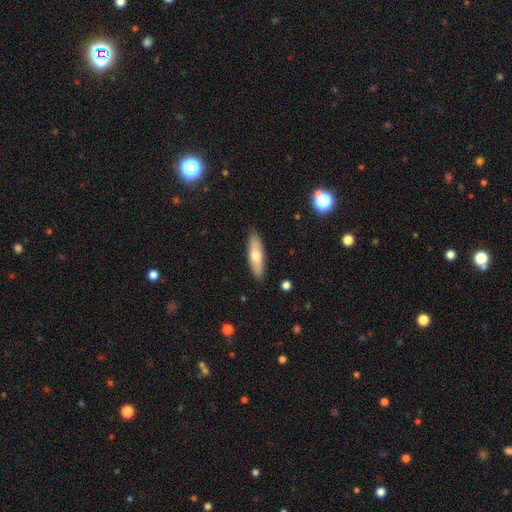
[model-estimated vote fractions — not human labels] smooth 64%, featured or disk 30%, star or artifact 6%. Down the decision tree: how rounded — cigar-shaped (59%); merging — none (87%).